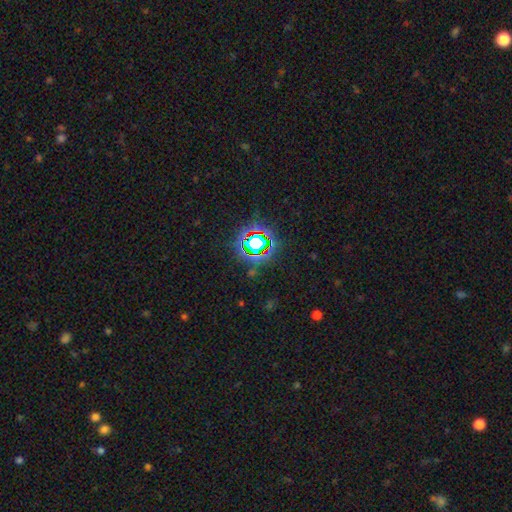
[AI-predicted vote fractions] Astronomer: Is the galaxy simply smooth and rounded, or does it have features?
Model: star or artifact — 73%.